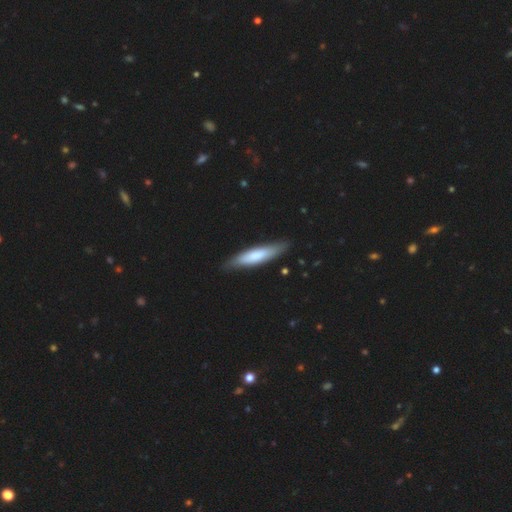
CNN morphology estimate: Overall: smooth (69%). How rounded: cigar-shaped (79%). Merging: none (85%).